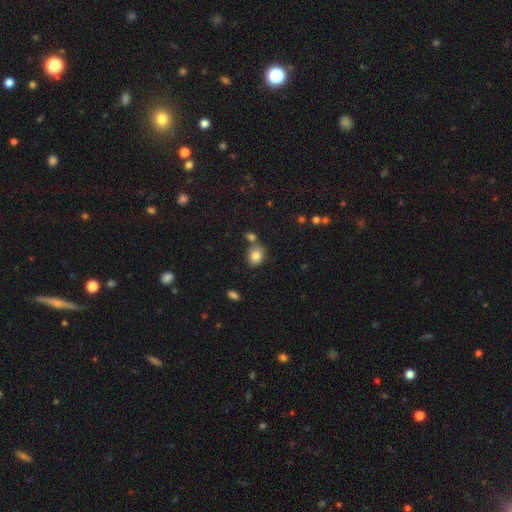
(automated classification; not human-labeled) Overall: smooth (82%). How rounded: in between (51%; round 48%). Merging: none (62%).